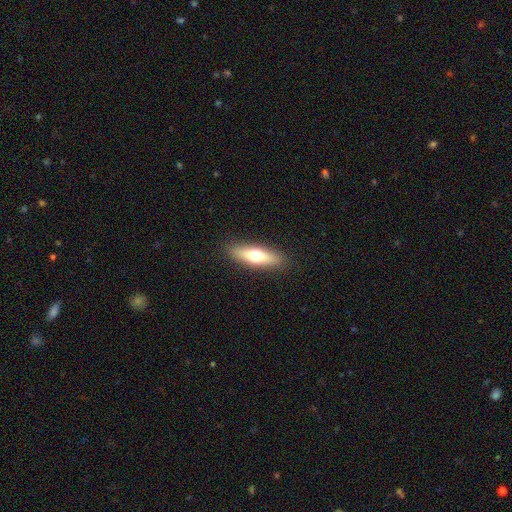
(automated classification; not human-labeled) Smooth or featured: smooth — 59% (featured or disk — 34%)
How rounded: cigar-shaped — 61% (in between — 37%)
Merging: none — 89% (minor disturbance — 8%)